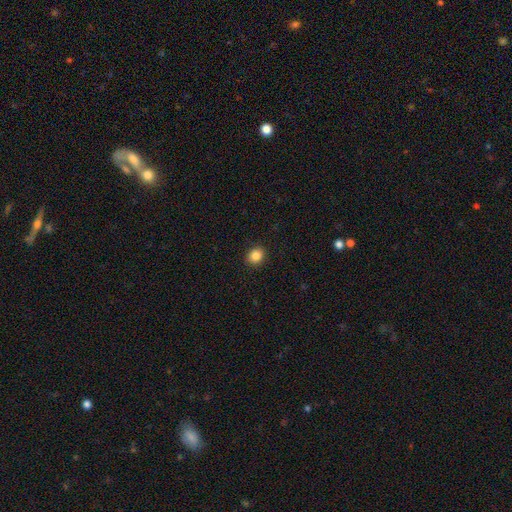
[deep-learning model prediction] Q: Smooth or featured?
A: smooth (85%); runner-up: star or artifact (10%)
Q: How rounded?
A: round (73%); runner-up: in between (26%)
Q: Merging?
A: none (91%); runner-up: minor disturbance (6%)